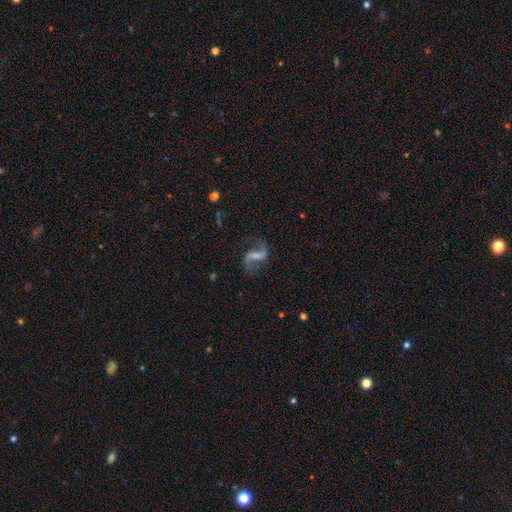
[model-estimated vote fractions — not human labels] Smooth or featured: featured or disk — 89% (star or artifact — 6%)
Edge-on disk: no — 97% (yes — 3%)
Bar: weak — 46% (strong — 36%)
Spiral arms: yes — 97% (no — 3%)
Spiral winding: loose — 67% (medium — 28%)
Spiral arm count: 2 — 93% (1 — 2%)
Bulge size: small — 42% (none — 28%)
Merging: none — 79% (minor disturbance — 12%)